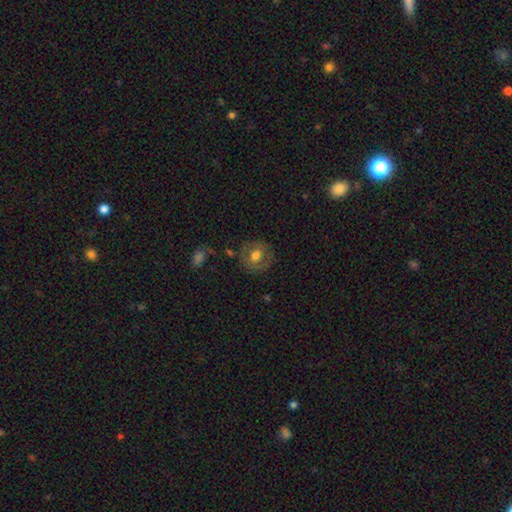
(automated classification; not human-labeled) A smooth galaxy with no disk features (60%) that is round (85%). Merging: none (80%).